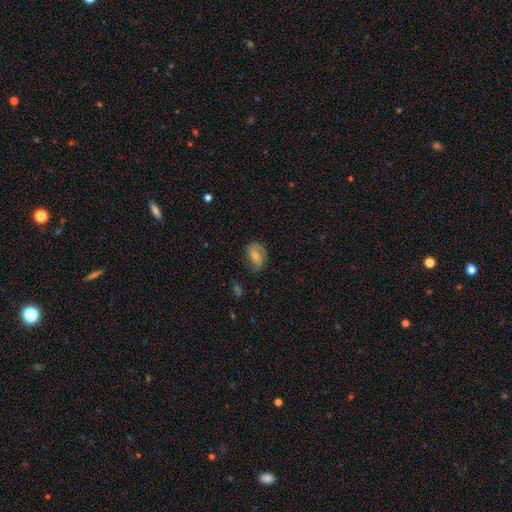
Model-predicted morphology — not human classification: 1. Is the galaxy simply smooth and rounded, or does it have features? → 49% smooth, 43% featured or disk, 9% star or artifact.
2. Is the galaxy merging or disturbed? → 57% none, 27% minor disturbance, 14% major disturbance, 2% merger.